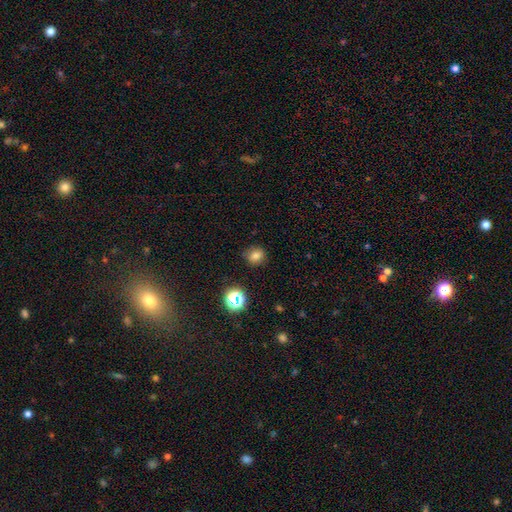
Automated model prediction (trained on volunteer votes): A smooth galaxy with no disk features (76%) that is round (74%).

Vote fractions:
- Smooth or featured? smooth: 76% / star or artifact: 17% / featured or disk: 7%
- How rounded? round: 74% / in between: 25% / cigar-shaped: 1%
- Merging? none: 82% / minor disturbance: 12% / major disturbance: 3% / merger: 2%